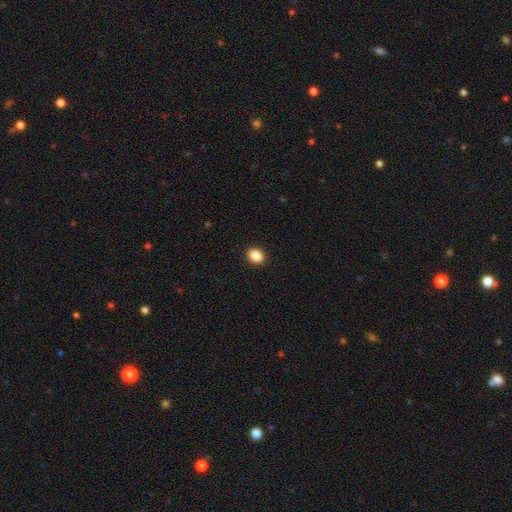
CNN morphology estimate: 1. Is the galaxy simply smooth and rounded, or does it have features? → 88% smooth, 9% star or artifact, 3% featured or disk.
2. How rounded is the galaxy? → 54% in between, 45% round, 1% cigar-shaped.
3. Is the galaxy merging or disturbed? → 92% none, 5% minor disturbance, 2% major disturbance, 1% merger.